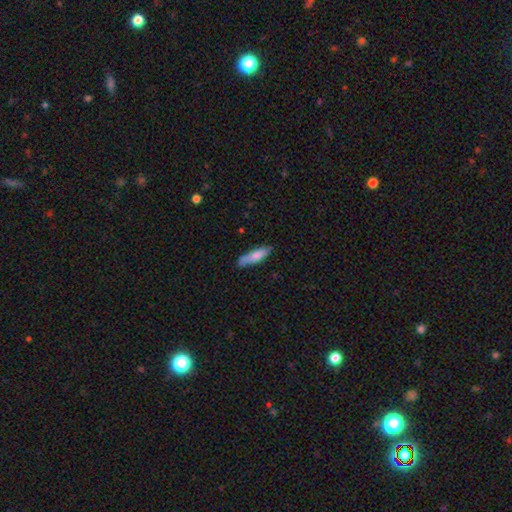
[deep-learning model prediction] Smooth or featured: smooth — 74% (featured or disk — 20%)
How rounded: cigar-shaped — 70% (in between — 28%)
Merging: none — 74% (minor disturbance — 20%)